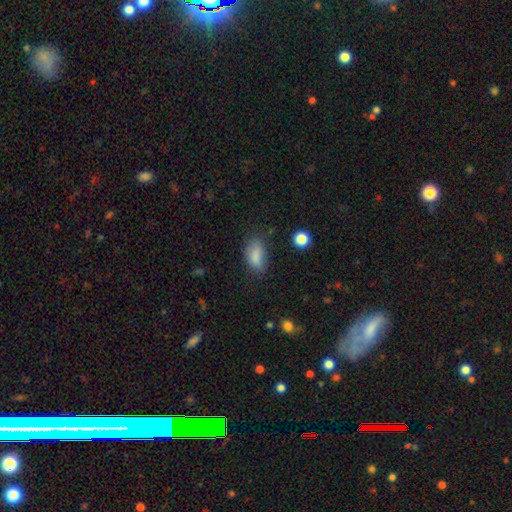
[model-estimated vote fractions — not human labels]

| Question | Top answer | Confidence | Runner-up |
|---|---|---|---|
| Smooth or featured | smooth | 83% | star or artifact (10%) |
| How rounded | in between | 89% | round (6%) |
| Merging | none | 64% | minor disturbance (25%) |